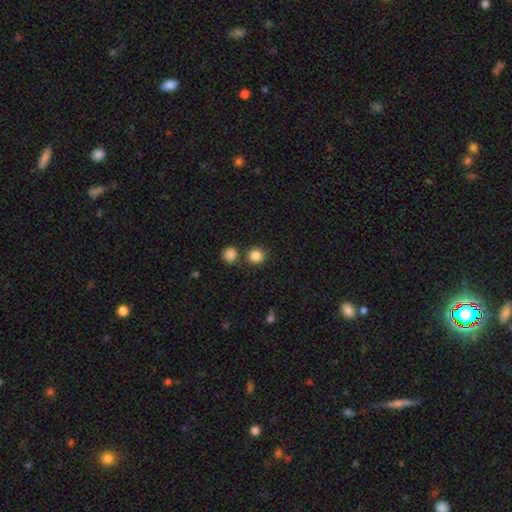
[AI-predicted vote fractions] Overall: smooth (85%). How rounded: round (89%). Merging: none (78%).